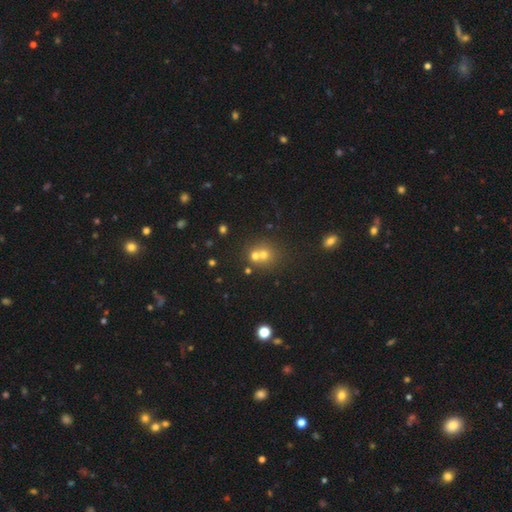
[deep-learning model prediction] The model was most divided on "merging": none: 50%, merger: 41%, minor disturbance: 7%, major disturbance: 3%. More confident: how rounded — round (83%); smooth or featured — smooth (57%).